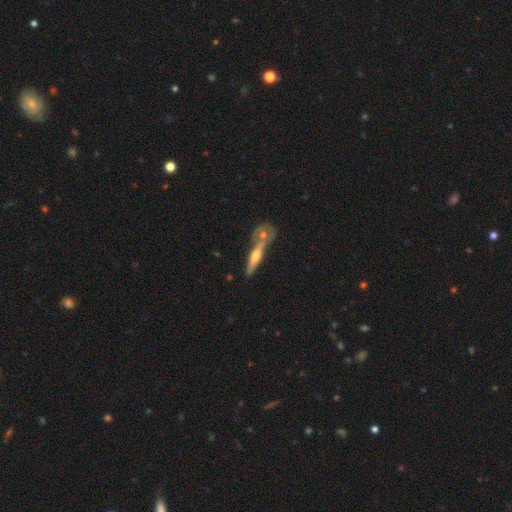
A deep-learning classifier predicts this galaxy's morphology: Overall: featured or disk (60%; smooth 34%). Edge-on disk: yes (90%). Edge-on bulge: rounded (88%). Merging: none (53%; merger 33%).